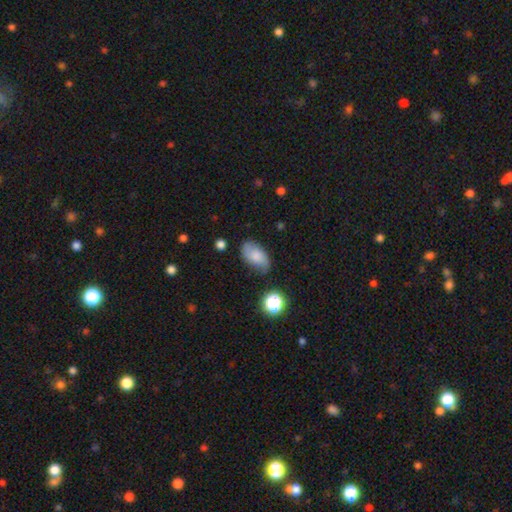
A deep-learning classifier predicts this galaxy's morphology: smooth_or_featured: smooth (p=0.58) [alt: featured or disk p=0.31]
how_rounded: in between (p=0.91) [alt: round p=0.06]
merging: none (p=0.71) [alt: minor disturbance p=0.21]